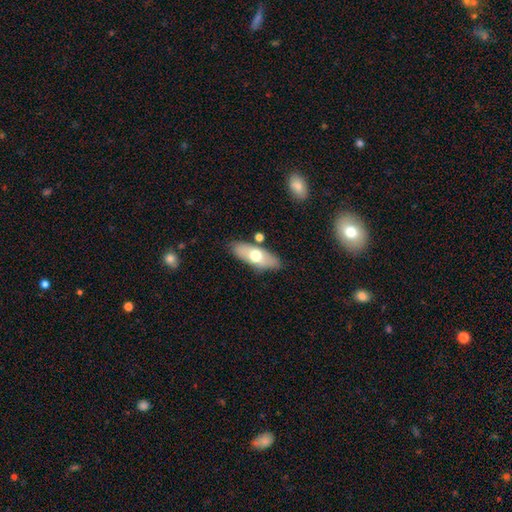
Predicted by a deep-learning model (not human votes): The model was most divided on "smooth or featured": smooth: 60%, featured or disk: 33%, star or artifact: 6%. More confident: merging — none (80%); how rounded — in between (75%).